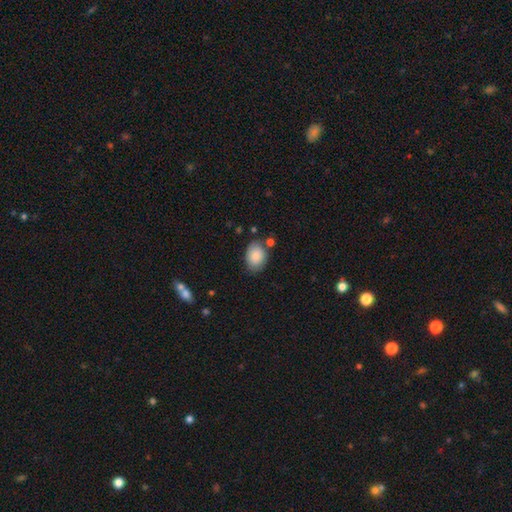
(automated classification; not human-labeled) Overall: smooth (86%). How rounded: in between (79%). Merging: none (73%).